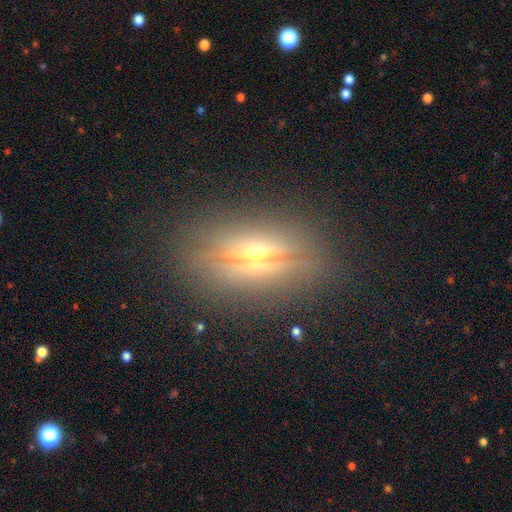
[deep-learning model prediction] Morphology: type=featured or disk (63%); edge-on=yes (79%); edge-on bulge=rounded (93%); merging=none (81%).